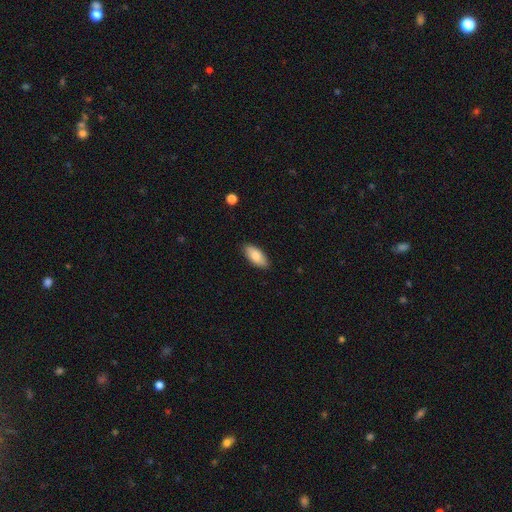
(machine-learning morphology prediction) Smooth or featured?
  - smooth: 85% *
  - featured or disk: 9%
  - star or artifact: 6%
How rounded?
  - in between: 90% *
  - cigar-shaped: 8%
  - round: 2%
Merging?
  - none: 87% *
  - minor disturbance: 10%
  - major disturbance: 2%
  - merger: 1%